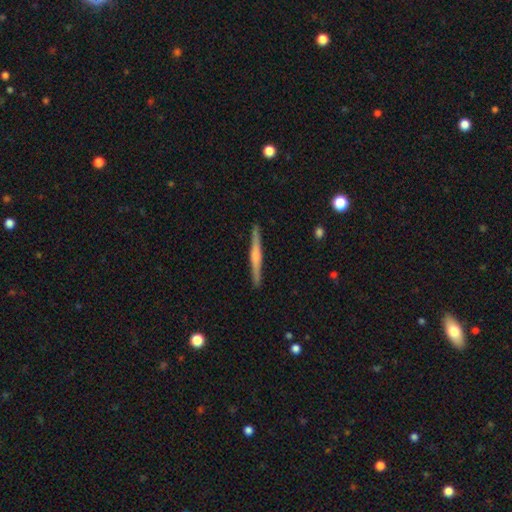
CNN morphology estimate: This appears to be a featured or disk galaxy (64%) viewed edge-on (98%) with a rounded central bulge (55%). Merging: none (92%).